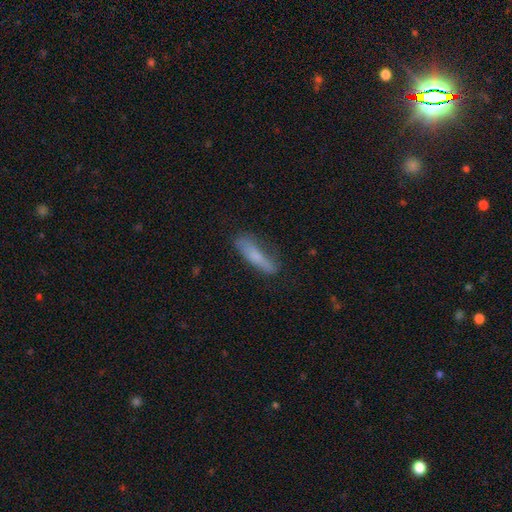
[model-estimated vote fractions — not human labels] Morphology: type=smooth (68%); roundness=cigar-shaped (76%); merging=none (68%).